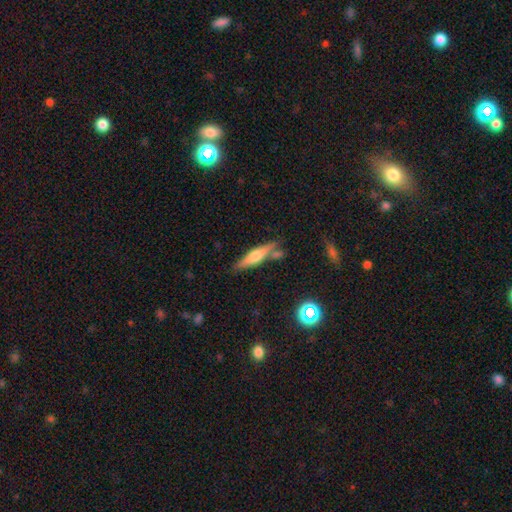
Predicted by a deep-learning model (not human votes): Smooth or featured?
  - featured or disk: 48% *
  - smooth: 44%
  - star or artifact: 8%
Merging?
  - none: 71% *
  - minor disturbance: 14%
  - merger: 11%
  - major disturbance: 4%